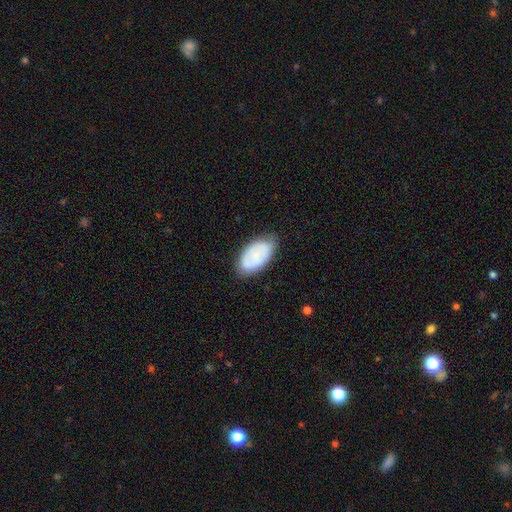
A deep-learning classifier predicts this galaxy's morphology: The model was most divided on "smooth or featured": smooth: 68%, featured or disk: 24%, star or artifact: 7%. More confident: how rounded — in between (94%); merging — none (72%).